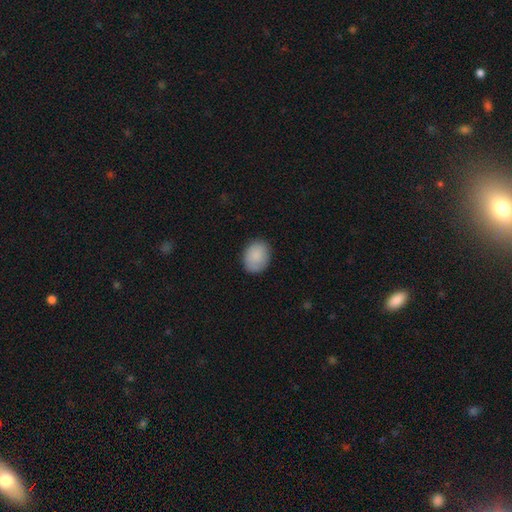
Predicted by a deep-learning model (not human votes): Morphology: type=smooth (88%); roundness=in between (58%); merging=none (84%).